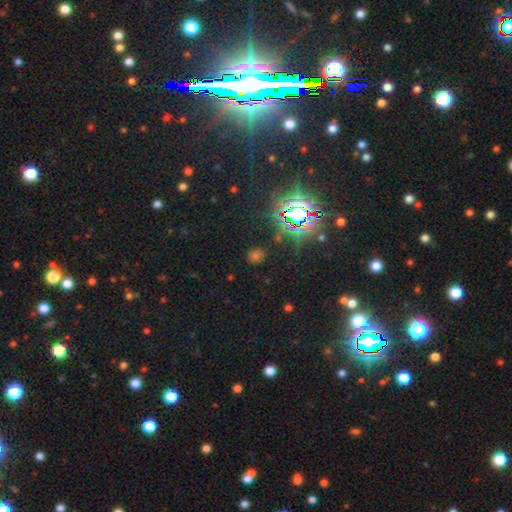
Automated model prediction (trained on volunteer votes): Q: Smooth or featured?
A: star or artifact (53%); runner-up: smooth (40%)